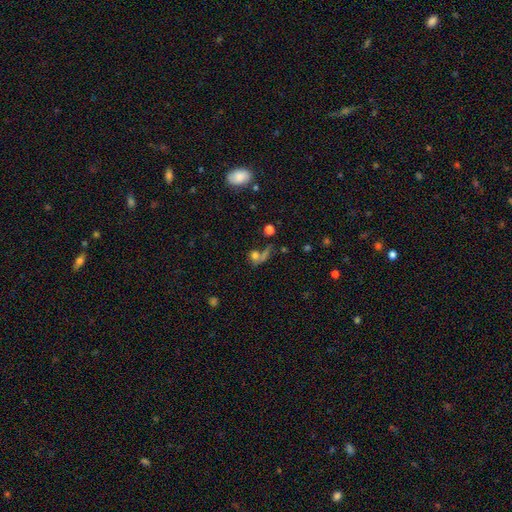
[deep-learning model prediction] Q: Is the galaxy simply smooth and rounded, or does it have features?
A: smooth — 64%.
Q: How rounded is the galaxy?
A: round — 62%.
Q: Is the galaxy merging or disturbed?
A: none — 37%.